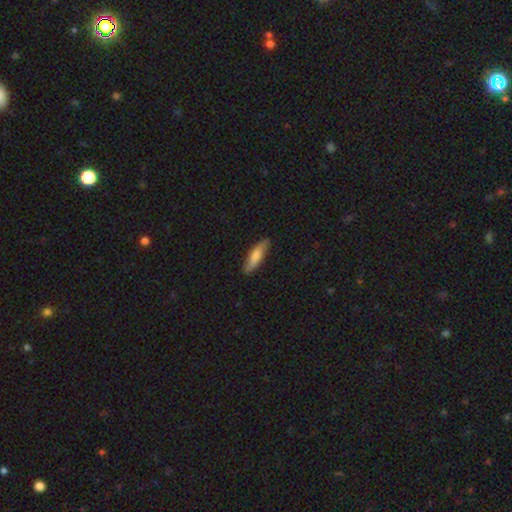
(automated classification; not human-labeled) Q: Smooth or featured?
A: smooth (68%); runner-up: featured or disk (26%)
Q: How rounded?
A: cigar-shaped (67%); runner-up: in between (31%)
Q: Merging?
A: none (84%); runner-up: minor disturbance (12%)